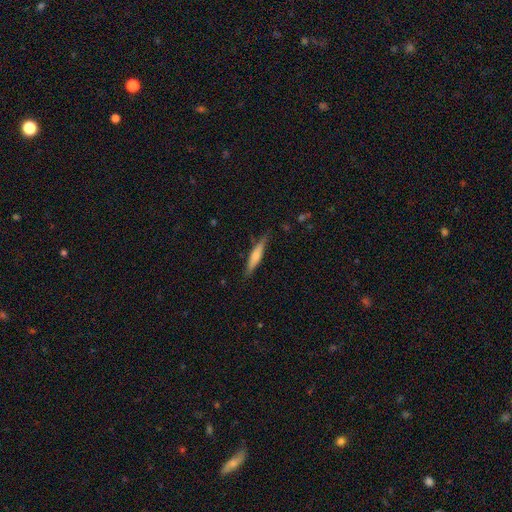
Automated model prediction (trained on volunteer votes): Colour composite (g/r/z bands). It shows a smooth galaxy with no disk features (57%) that is cigar-shaped (88%). Merging: none (82%).